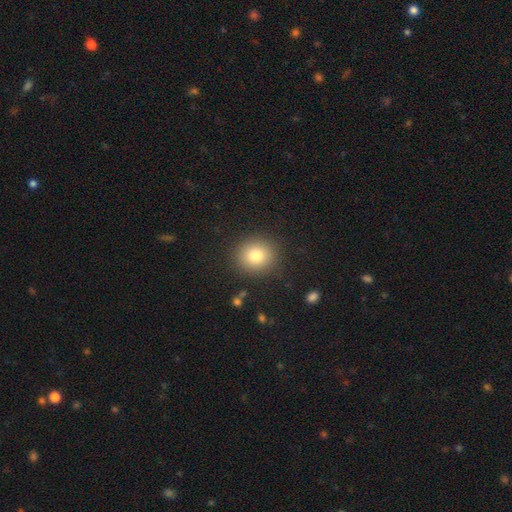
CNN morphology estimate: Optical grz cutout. It shows a smooth galaxy with no disk features (80%) that is round (87%). Merging: none (88%).